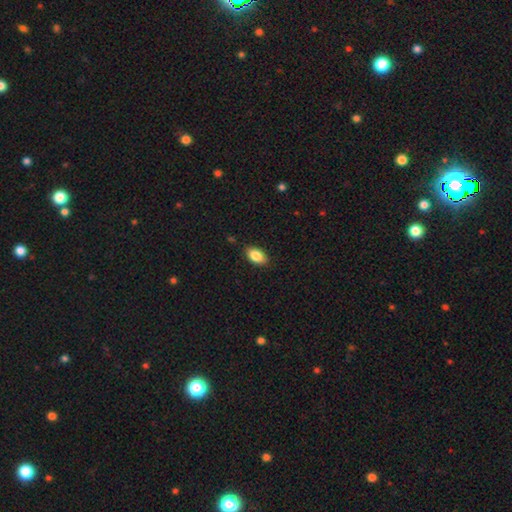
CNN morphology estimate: Q: Smooth or featured?
A: smooth (86%); runner-up: star or artifact (8%)
Q: How rounded?
A: in between (91%); runner-up: round (6%)
Q: Merging?
A: none (86%); runner-up: minor disturbance (11%)